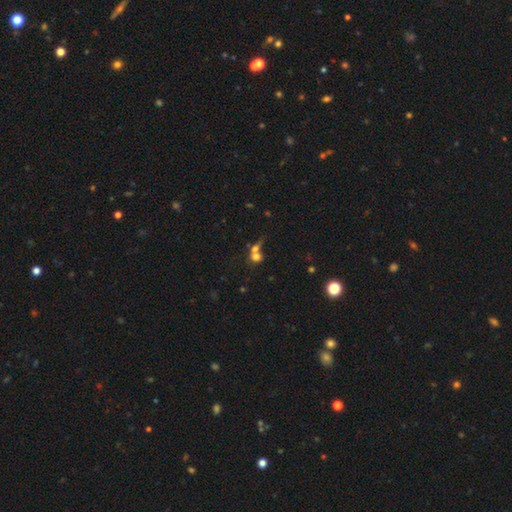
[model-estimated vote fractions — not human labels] The model was most divided on "merging": merger: 54%, none: 32%, minor disturbance: 8%, major disturbance: 7%. More confident: how rounded — round (72%); smooth or featured — smooth (66%).